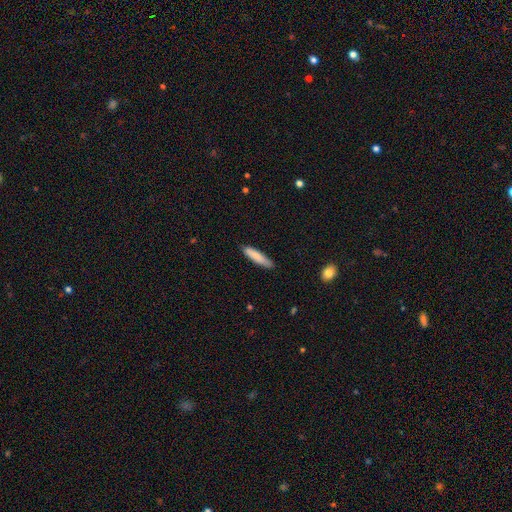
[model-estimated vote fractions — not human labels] A smooth galaxy with no disk features (81%) that is cigar-shaped (82%). Merging: none (84%).